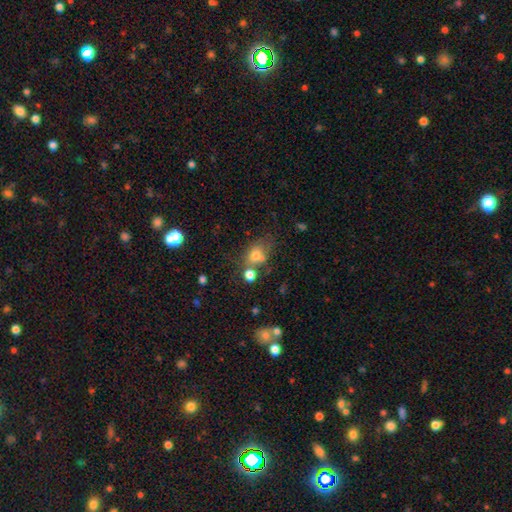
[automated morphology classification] The model was most divided on "merging": none: 40%, merger: 31%, minor disturbance: 17%, major disturbance: 12%. More confident: smooth or featured — smooth (70%); how rounded — in between (56%).